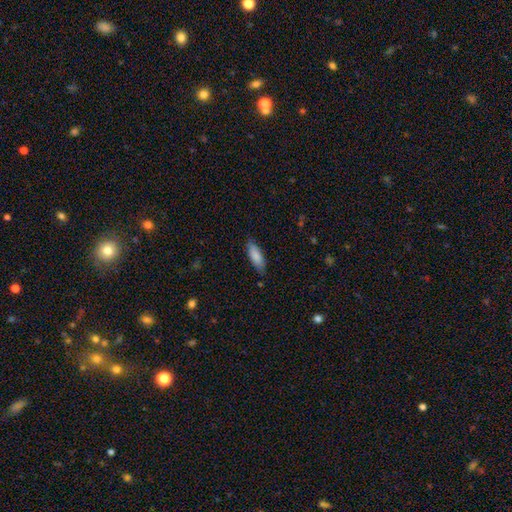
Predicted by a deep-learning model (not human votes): Q: Smooth or featured?
A: smooth (86%); runner-up: featured or disk (9%)
Q: How rounded?
A: in between (64%); runner-up: cigar-shaped (35%)
Q: Merging?
A: none (81%); runner-up: minor disturbance (15%)